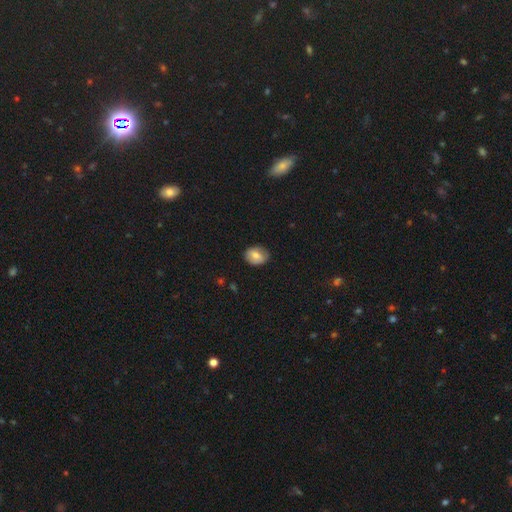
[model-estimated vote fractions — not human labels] Overall: smooth (70%). How rounded: in between (60%; round 39%). Merging: none (79%).